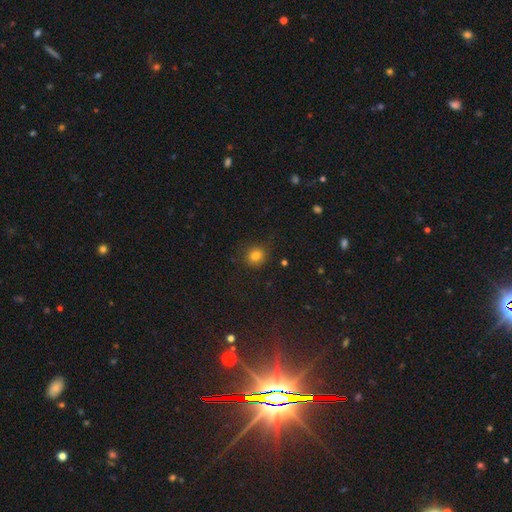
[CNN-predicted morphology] Smooth or featured? smooth (81%)
How rounded? round (83%)
Merging? none (82%)